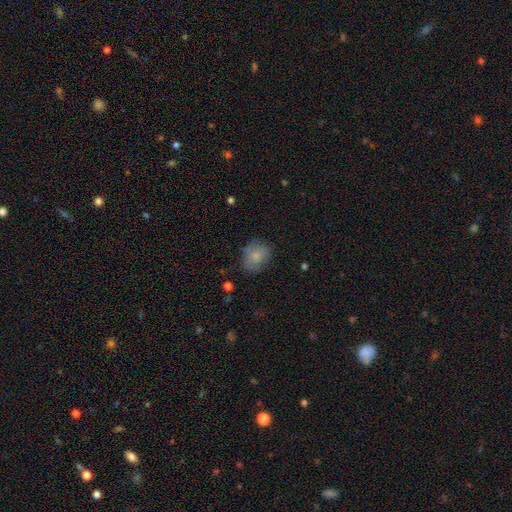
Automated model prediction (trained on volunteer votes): Smooth or featured? smooth (77%)
How rounded? round (61%)
Merging? none (70%)